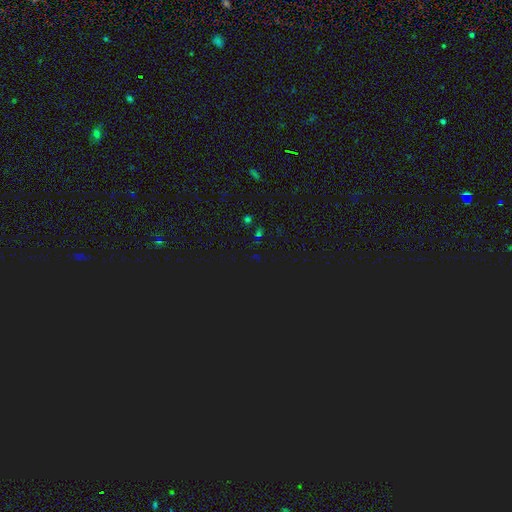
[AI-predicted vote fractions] Smooth or featured?
  - star or artifact: 70% *
  - smooth: 23%
  - featured or disk: 7%